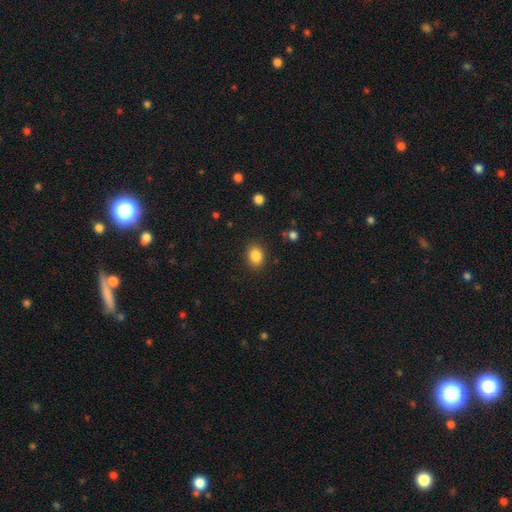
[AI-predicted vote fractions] Morphology: type=smooth (86%); roundness=in between (58%); merging=none (87%).